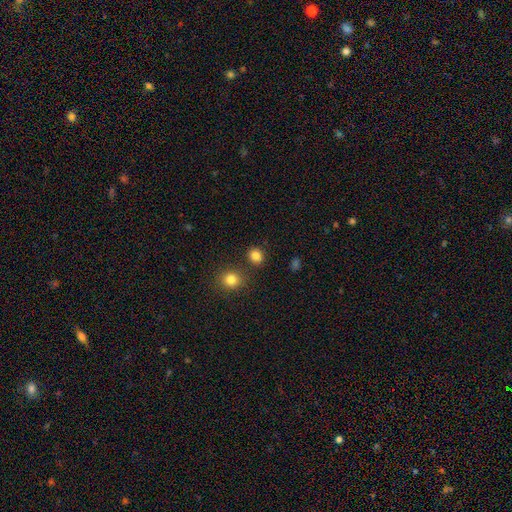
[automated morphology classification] Smooth or featured: smooth — 83% (star or artifact — 13%)
How rounded: round — 81% (in between — 18%)
Merging: none — 83% (minor disturbance — 7%)